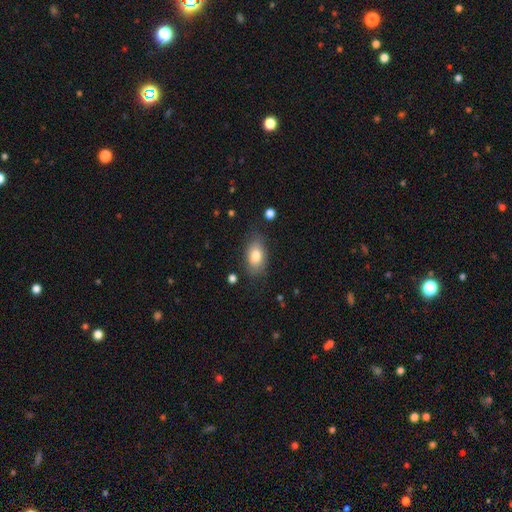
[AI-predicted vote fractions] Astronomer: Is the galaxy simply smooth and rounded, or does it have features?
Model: smooth — 80%.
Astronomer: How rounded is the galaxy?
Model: in between — 89%.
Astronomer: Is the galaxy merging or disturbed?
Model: none — 76%.